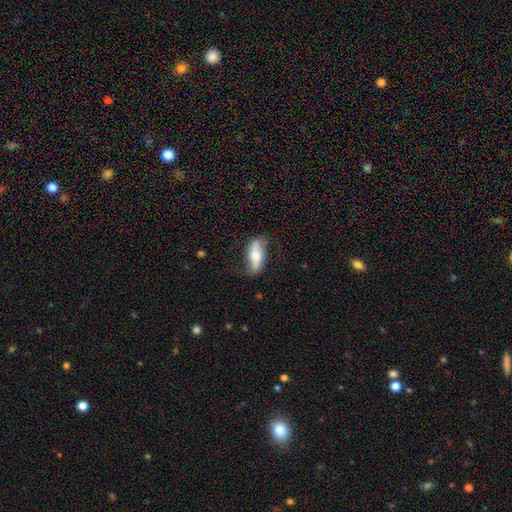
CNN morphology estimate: Smooth or featured? featured or disk (53%)
Edge-on disk? no (71%)
Merging? none (72%)